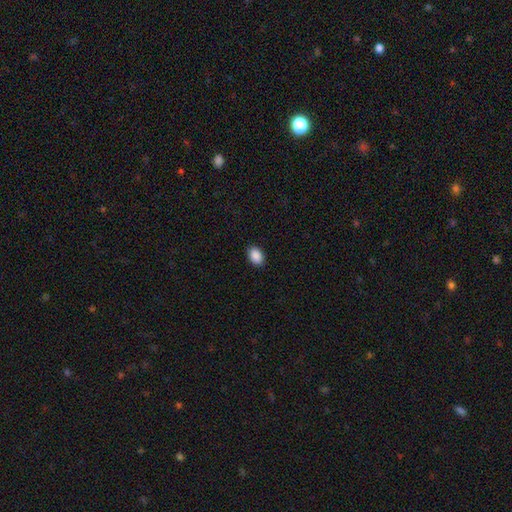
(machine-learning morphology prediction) Smooth or featured: smooth — 90% (star or artifact — 8%)
How rounded: in between — 82% (round — 17%)
Merging: none — 90% (minor disturbance — 7%)